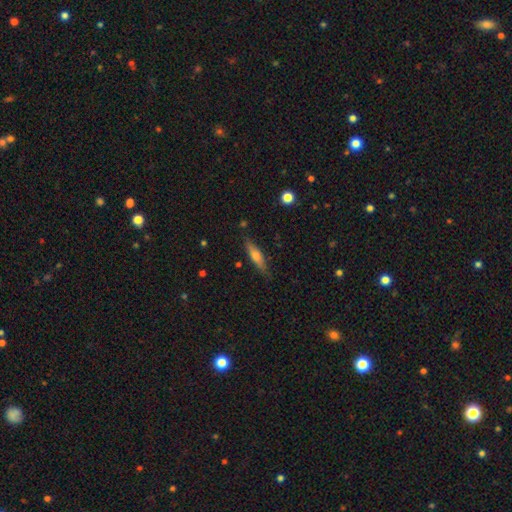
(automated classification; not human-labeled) smooth_or_featured: smooth (p=0.53) [alt: featured or disk p=0.40]
how_rounded: cigar-shaped (p=0.72) [alt: in between p=0.25]
merging: none (p=0.82) [alt: minor disturbance p=0.14]